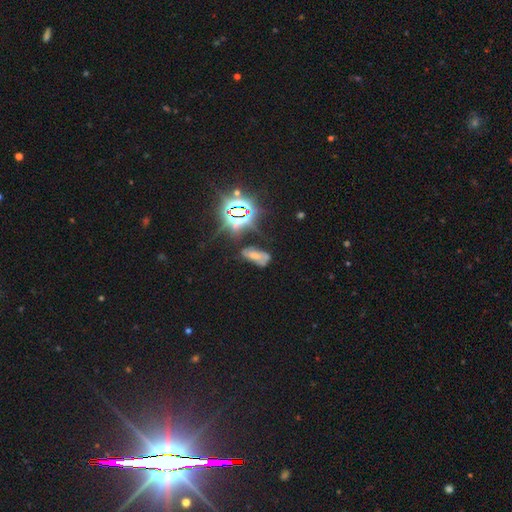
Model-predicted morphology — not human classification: smooth-or-featured: smooth: 36% | star or artifact: 34% | featured or disk: 30%
  merging: none: 40% | minor disturbance: 25% | major disturbance: 22% | merger: 13%